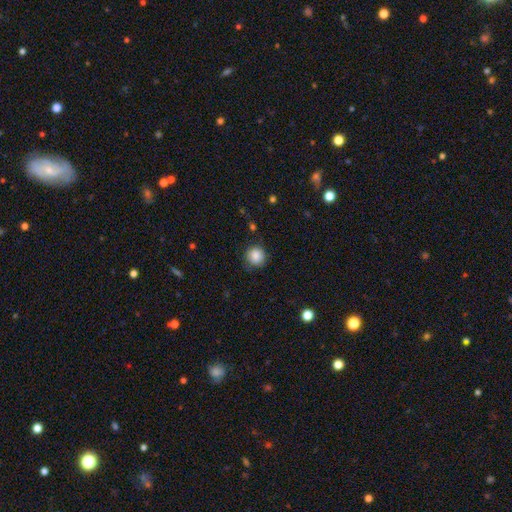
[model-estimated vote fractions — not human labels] A smooth galaxy with no disk features (86%) that is round (91%). Merging: none (81%).